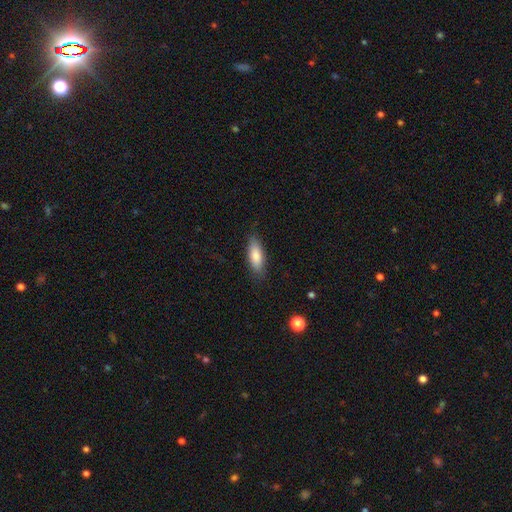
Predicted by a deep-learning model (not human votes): smooth 82%, featured or disk 12%, star or artifact 6%. Down the decision tree: how rounded — in between (64%); merging — none (84%).